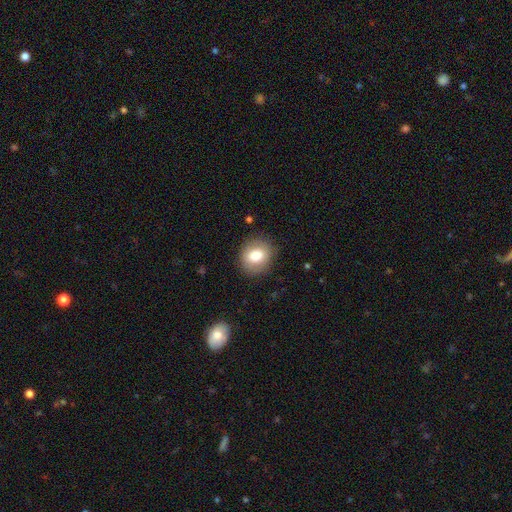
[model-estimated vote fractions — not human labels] Q: Smooth or featured?
A: smooth (79%); runner-up: featured or disk (13%)
Q: How rounded?
A: round (66%); runner-up: in between (33%)
Q: Merging?
A: none (85%); runner-up: minor disturbance (11%)